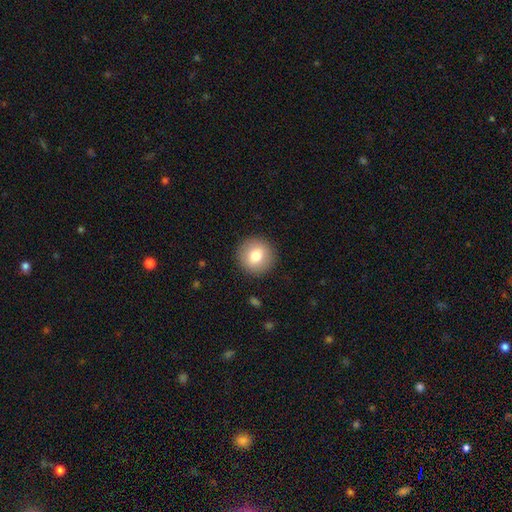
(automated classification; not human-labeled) Q: Smooth or featured?
A: smooth (78%); runner-up: featured or disk (14%)
Q: How rounded?
A: round (94%); runner-up: in between (6%)
Q: Merging?
A: none (91%); runner-up: minor disturbance (6%)